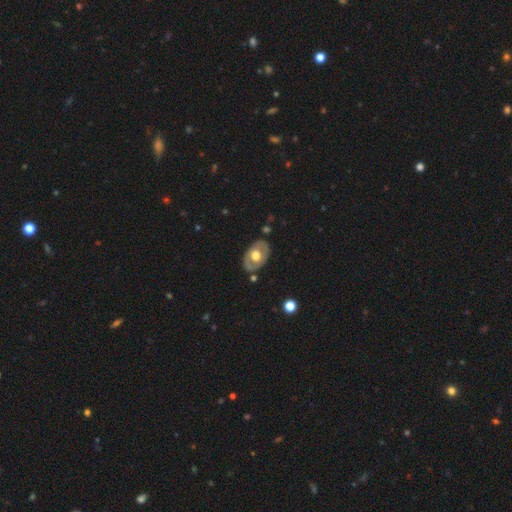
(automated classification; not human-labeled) smooth_or_featured: featured or disk (p=0.54) [alt: smooth p=0.41]
disk_edge_on: no (p=0.90) [alt: yes p=0.10]
merging: none (p=0.78) [alt: minor disturbance p=0.15]